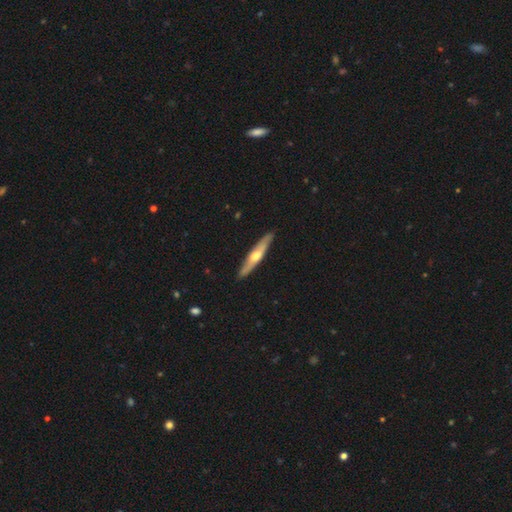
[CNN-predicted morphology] Overall: featured or disk (59%; smooth 36%). Edge-on disk: yes (91%). Edge-on bulge: rounded (87%). Merging: none (90%).